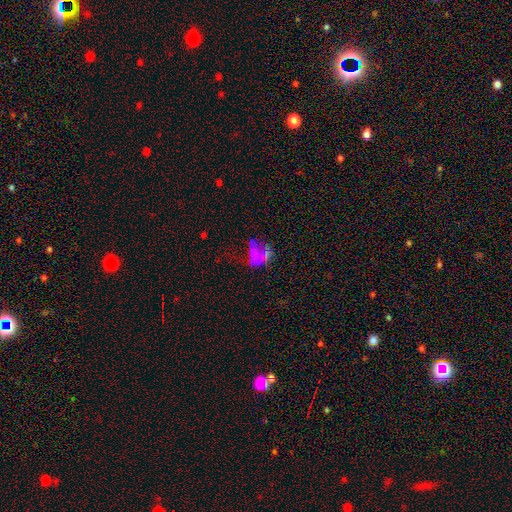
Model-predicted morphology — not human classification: Smooth or featured? Predicted: featured or disk (p=0.39). Merging? Predicted: major disturbance (p=0.39).